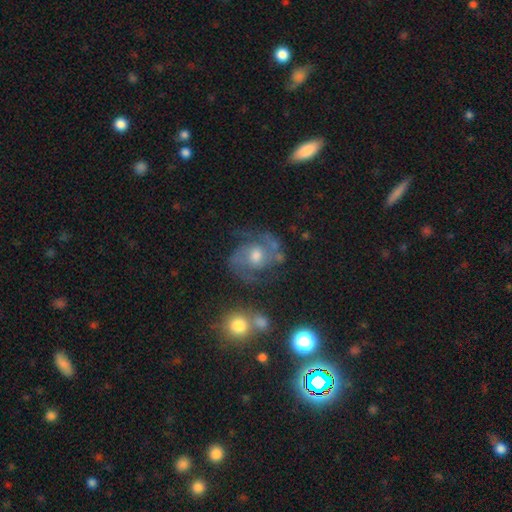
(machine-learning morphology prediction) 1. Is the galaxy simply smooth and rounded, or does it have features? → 82% featured or disk, 10% smooth, 8% star or artifact.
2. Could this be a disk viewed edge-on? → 98% no, 2% yes.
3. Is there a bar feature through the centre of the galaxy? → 63% no, 31% weak, 6% strong.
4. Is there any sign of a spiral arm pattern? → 95% yes, 5% no.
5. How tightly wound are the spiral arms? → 56% medium, 28% tight, 16% loose.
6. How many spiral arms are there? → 83% 2, 6% can't tell, 5% 3, 2% 1, 2% 4, 2% more than 4.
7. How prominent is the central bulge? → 68% moderate, 17% small, 11% large, 2% none, 1% dominant.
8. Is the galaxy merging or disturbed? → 66% none, 18% minor disturbance, 11% major disturbance, 5% merger.